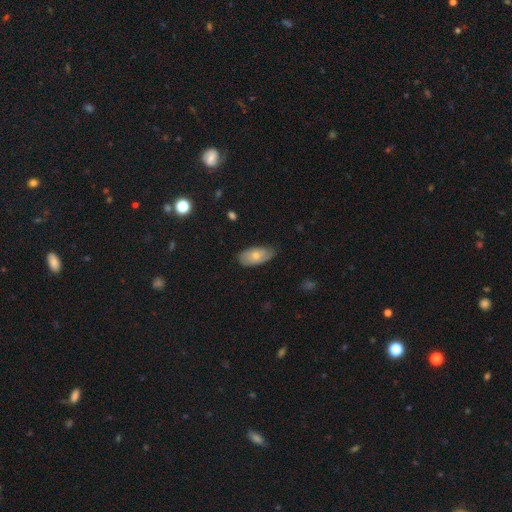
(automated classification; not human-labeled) This is likely a smooth galaxy (66%). How rounded: clearly in between (92%). Merging: likely none (71%).